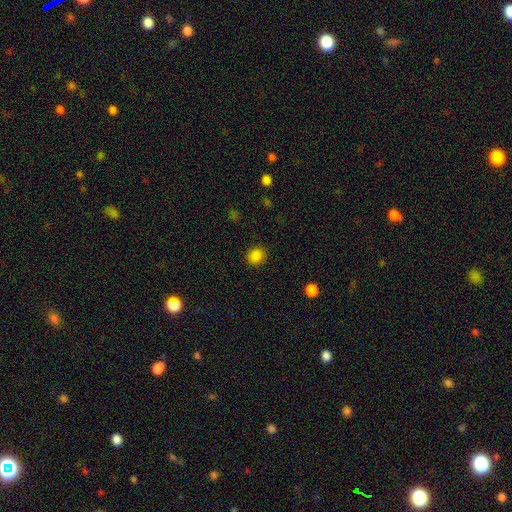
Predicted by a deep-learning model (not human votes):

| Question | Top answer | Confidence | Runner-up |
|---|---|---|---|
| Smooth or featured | smooth | 84% | star or artifact (12%) |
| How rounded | round | 78% | in between (21%) |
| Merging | none | 89% | minor disturbance (7%) |